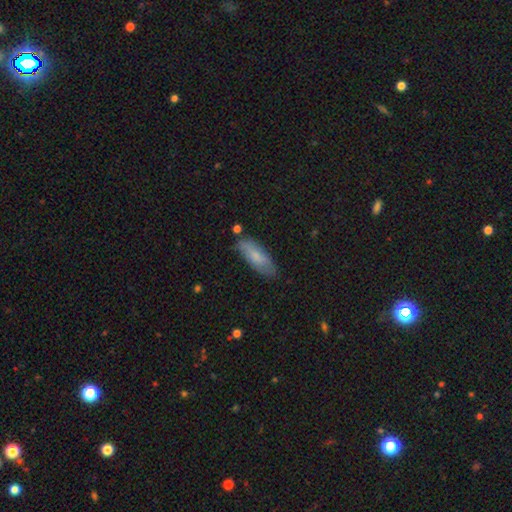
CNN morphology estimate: Smooth or featured: smooth — 75% (featured or disk — 19%)
How rounded: in between — 61% (cigar-shaped — 37%)
Merging: none — 76% (minor disturbance — 18%)